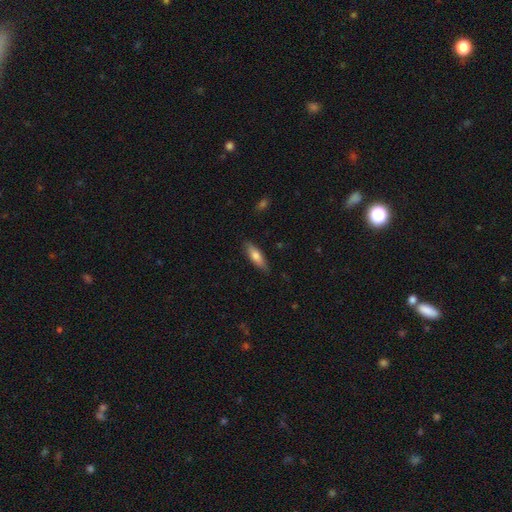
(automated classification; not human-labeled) This is likely a smooth galaxy (72%). How rounded: possibly cigar-shaped (53%). Merging: clearly none (84%).